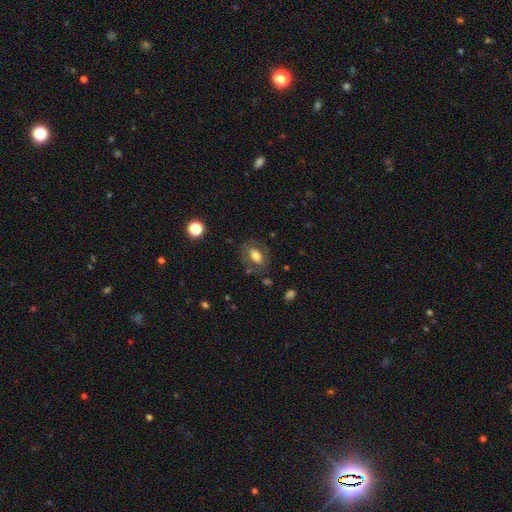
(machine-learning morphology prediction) Smooth or featured?
  - smooth: 65% *
  - featured or disk: 27%
  - star or artifact: 8%
How rounded?
  - in between: 83% *
  - round: 15%
  - cigar-shaped: 2%
Merging?
  - none: 74% *
  - minor disturbance: 15%
  - major disturbance: 8%
  - merger: 3%